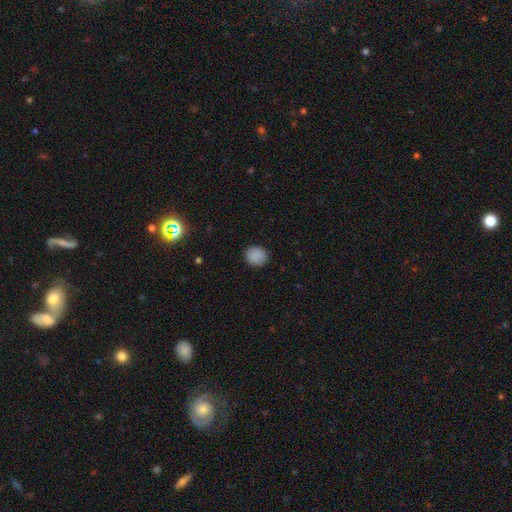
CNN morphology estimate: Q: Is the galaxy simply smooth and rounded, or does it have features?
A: smooth — 88%.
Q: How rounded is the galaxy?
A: round — 85%.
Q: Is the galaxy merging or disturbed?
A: none — 89%.